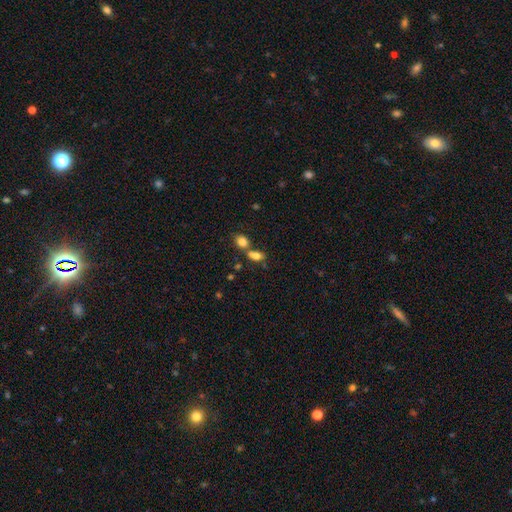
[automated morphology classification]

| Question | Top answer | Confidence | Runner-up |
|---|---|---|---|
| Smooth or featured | smooth | 78% | star or artifact (11%) |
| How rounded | in between | 67% | round (29%) |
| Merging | merger | 53% | none (34%) |